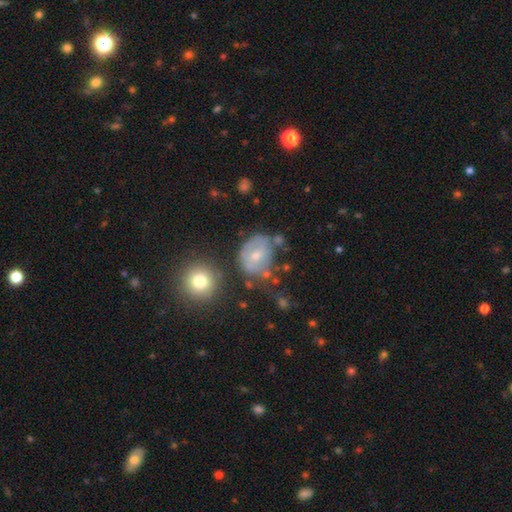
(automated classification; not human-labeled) Q: Smooth or featured?
A: smooth (47%); runner-up: featured or disk (42%)
Q: Merging?
A: none (45%); runner-up: minor disturbance (28%)